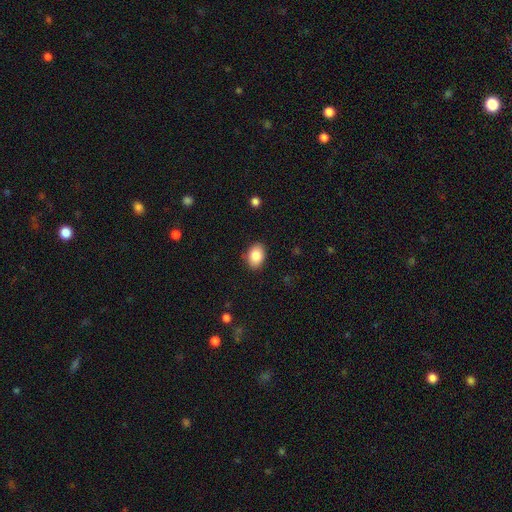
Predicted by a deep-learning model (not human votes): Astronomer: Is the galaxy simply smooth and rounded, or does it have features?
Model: smooth — 86%.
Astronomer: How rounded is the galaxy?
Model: in between — 80%.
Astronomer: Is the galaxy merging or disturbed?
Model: none — 86%.